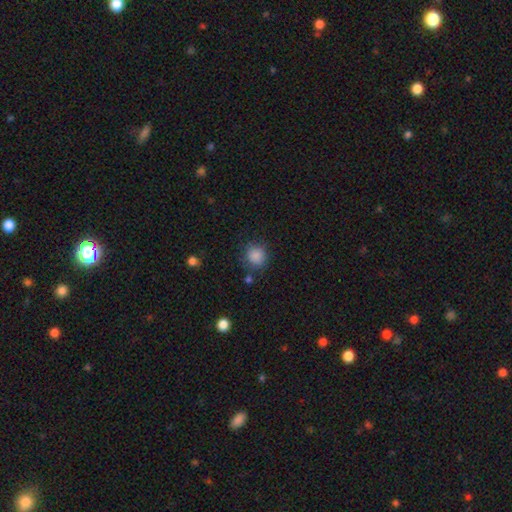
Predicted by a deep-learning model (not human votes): Smooth or featured? Predicted: smooth (p=0.86). How rounded? Predicted: round (p=0.87). Merging? Predicted: none (p=0.80).